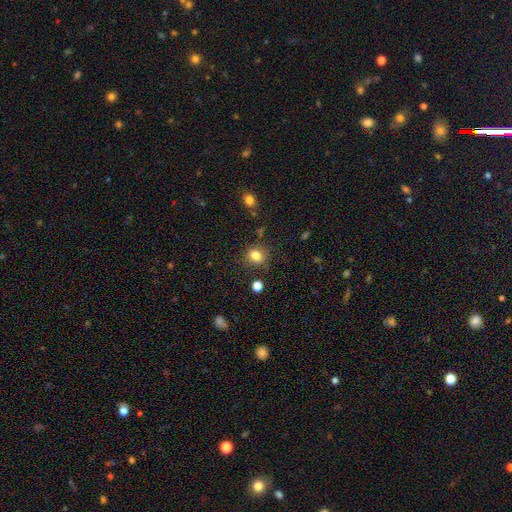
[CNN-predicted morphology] This appears to be a smooth galaxy with no disk features (81%) that is round (75%). Merging: none (82%).